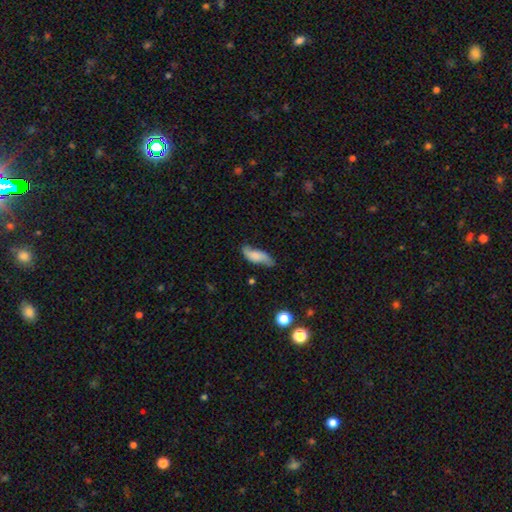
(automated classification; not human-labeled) A smooth galaxy with no disk features (59%) that is in between round and cigar-shaped (70%).

Vote fractions:
- Smooth or featured? smooth: 59% / featured or disk: 33% / star or artifact: 8%
- How rounded? in between: 70% / cigar-shaped: 28% / round: 3%
- Merging? none: 65% / minor disturbance: 26% / major disturbance: 7% / merger: 2%